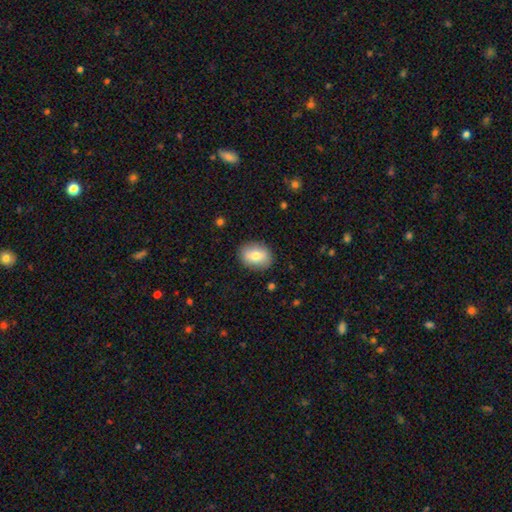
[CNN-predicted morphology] type=smooth (75%); roundness=in between (66%); merging=none (87%).